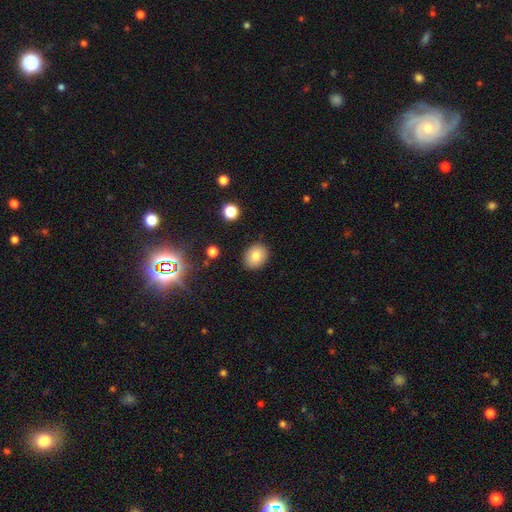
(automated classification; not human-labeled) Smooth or featured: smooth — 80% (star or artifact — 10%)
How rounded: round — 50% (in between — 49%)
Merging: none — 88% (minor disturbance — 8%)